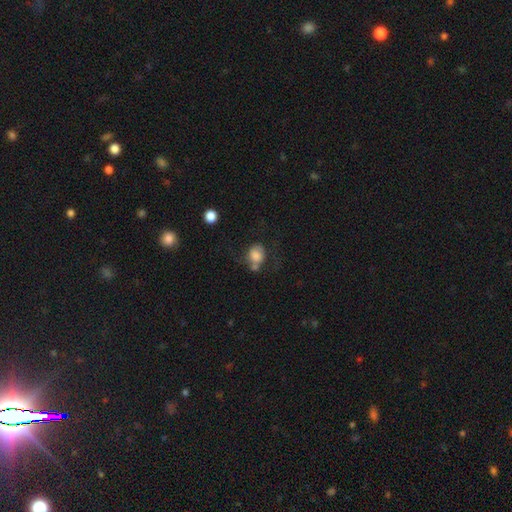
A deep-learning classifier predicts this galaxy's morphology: This appears to be a smooth galaxy with no disk features (75%) that is round (57%). Merging: none (37%).